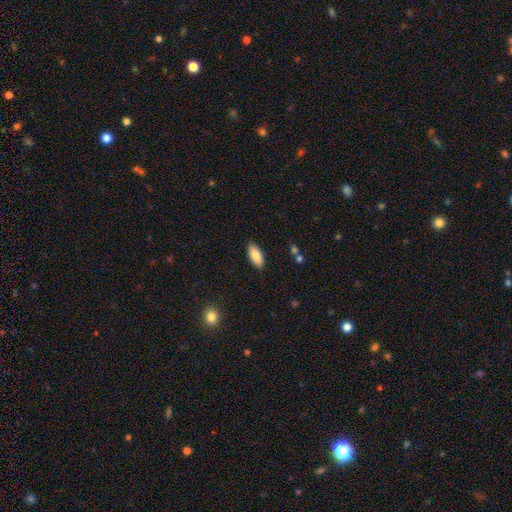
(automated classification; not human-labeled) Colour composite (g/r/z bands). It shows a smooth galaxy with no disk features (85%) that is in between round and cigar-shaped (86%). Merging: none (88%).